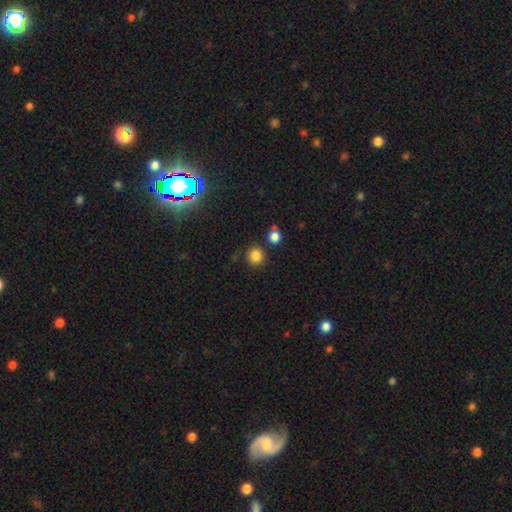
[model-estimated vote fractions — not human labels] Smooth or featured? Predicted: smooth (p=0.82). How rounded? Predicted: round (p=0.93). Merging? Predicted: none (p=0.82).